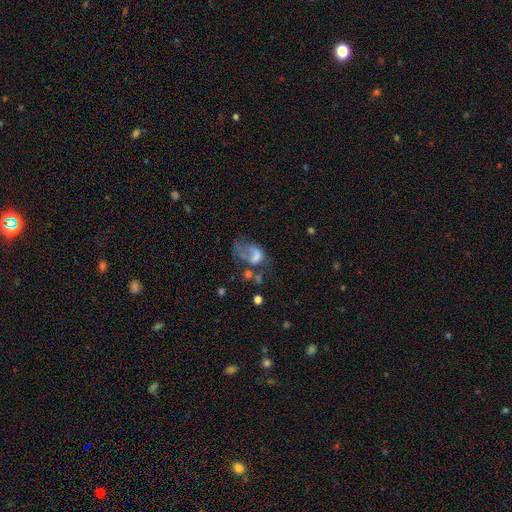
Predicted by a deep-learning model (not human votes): smooth 44%, featured or disk 42%, star or artifact 14%. Down the decision tree: merging — major disturbance (53%).